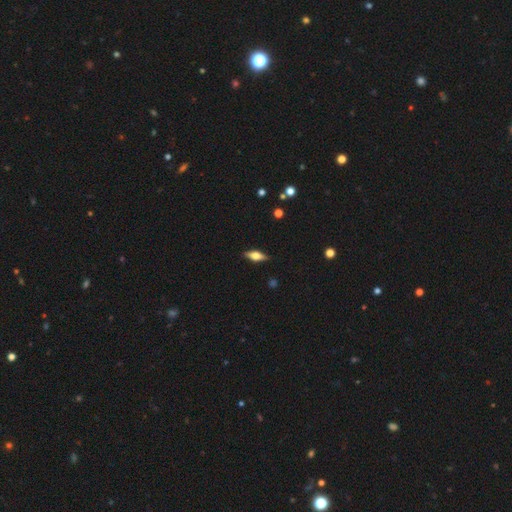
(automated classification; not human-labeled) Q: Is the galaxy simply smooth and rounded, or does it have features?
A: smooth — 47%.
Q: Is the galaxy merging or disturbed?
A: none — 88%.